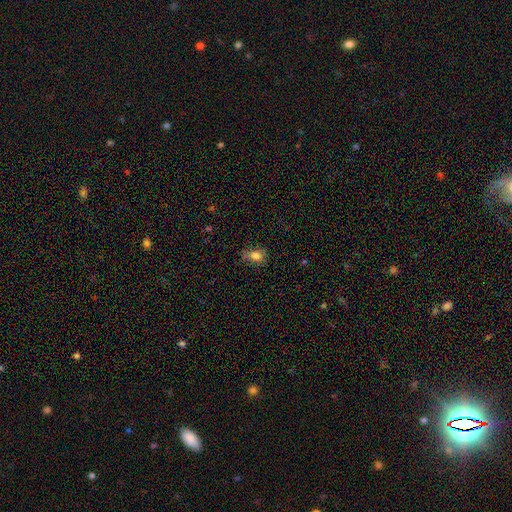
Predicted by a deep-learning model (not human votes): This is likely a smooth galaxy (80%). How rounded: likely in between (72%). Merging: likely none (64%).